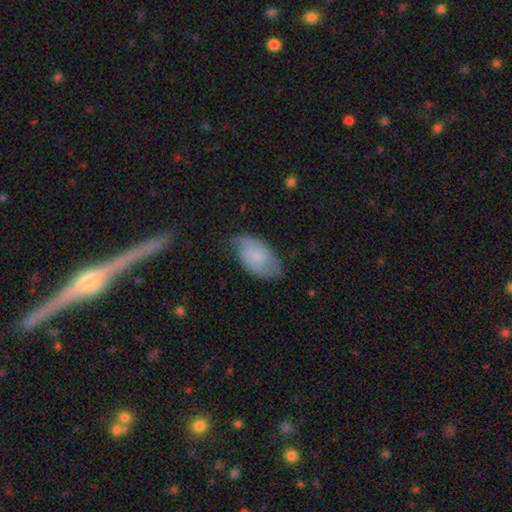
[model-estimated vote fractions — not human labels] The model was most divided on "smooth or featured": smooth: 55%, featured or disk: 38%, star or artifact: 7%. More confident: how rounded — in between (94%); merging — none (61%).